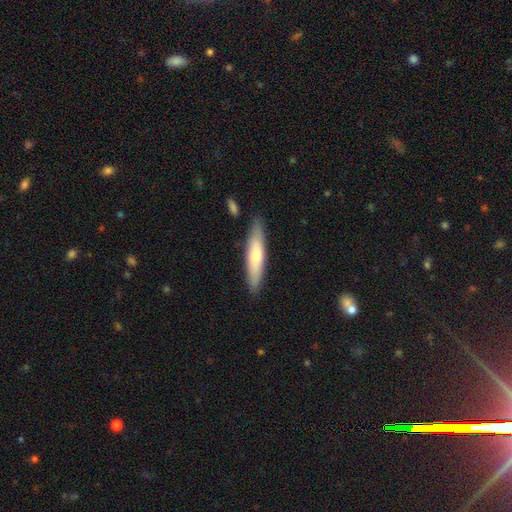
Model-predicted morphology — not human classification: This appears to be a smooth galaxy with no disk features (64%) that is cigar-shaped (83%). Merging: none (85%).